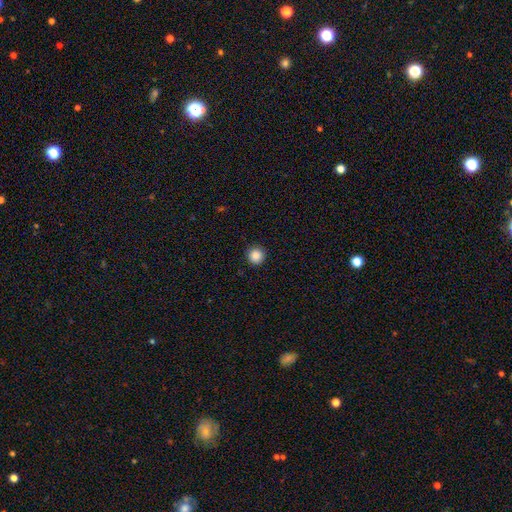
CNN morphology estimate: smooth_or_featured: smooth (p=0.87) [alt: star or artifact p=0.10]
how_rounded: round (p=0.96) [alt: in between p=0.03]
merging: none (p=0.92) [alt: minor disturbance p=0.05]